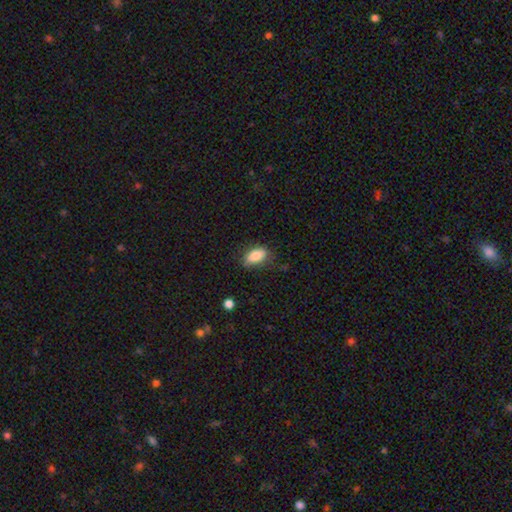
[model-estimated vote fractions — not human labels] The model was most divided on "merging": none: 70%, minor disturbance: 23%, major disturbance: 5%, merger: 2%. More confident: how rounded — in between (90%); smooth or featured — smooth (84%).